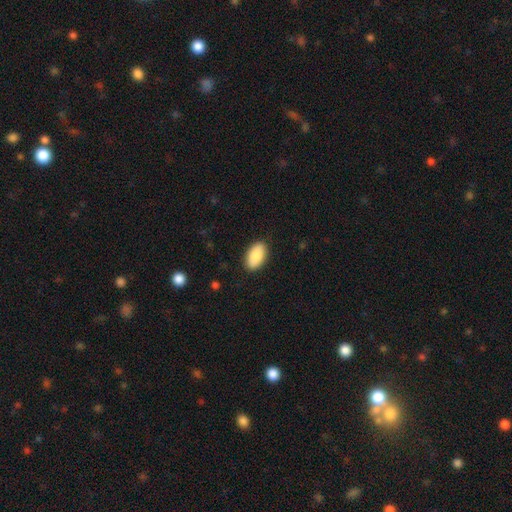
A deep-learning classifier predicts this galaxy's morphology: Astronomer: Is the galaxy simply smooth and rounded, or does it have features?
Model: smooth — 88%.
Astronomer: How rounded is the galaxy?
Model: in between — 94%.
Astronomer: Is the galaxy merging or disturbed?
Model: none — 88%.